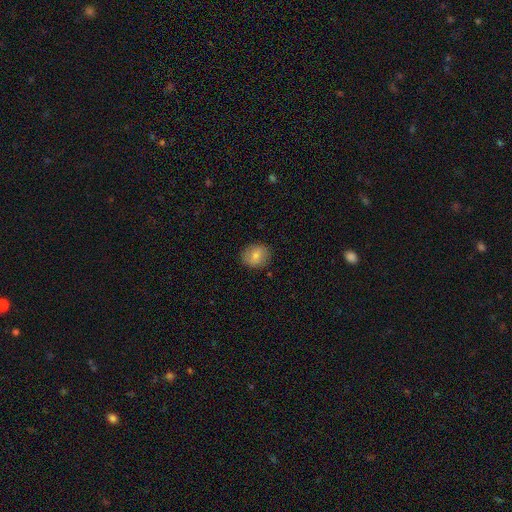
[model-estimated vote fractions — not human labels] Smooth or featured? Predicted: smooth (p=0.77). How rounded? Predicted: round (p=0.71). Merging? Predicted: none (p=0.86).